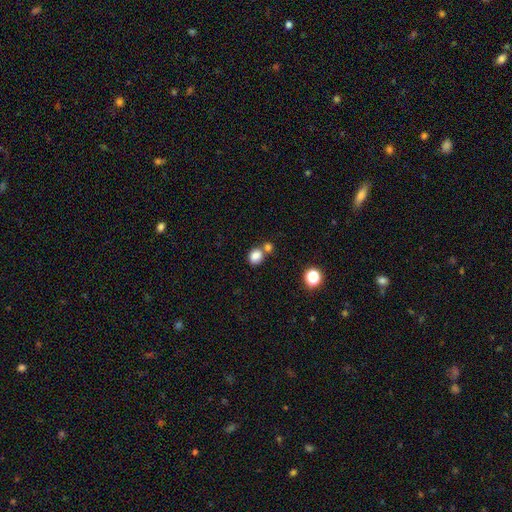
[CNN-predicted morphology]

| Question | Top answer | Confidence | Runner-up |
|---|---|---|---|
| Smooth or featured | smooth | 83% | star or artifact (11%) |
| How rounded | round | 56% | in between (43%) |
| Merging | none | 56% | merger (30%) |